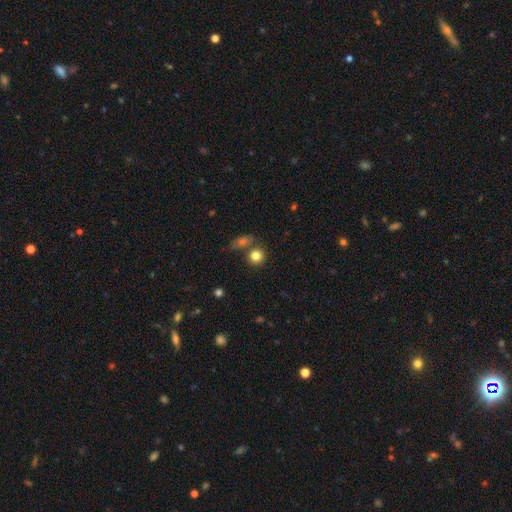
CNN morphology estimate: A smooth galaxy with no disk features (81%) that is round (85%).

Vote fractions:
- Smooth or featured? smooth: 81% / star or artifact: 11% / featured or disk: 8%
- How rounded? round: 85% / in between: 14% / cigar-shaped: 1%
- Merging? none: 67% / merger: 20% / minor disturbance: 10% / major disturbance: 3%